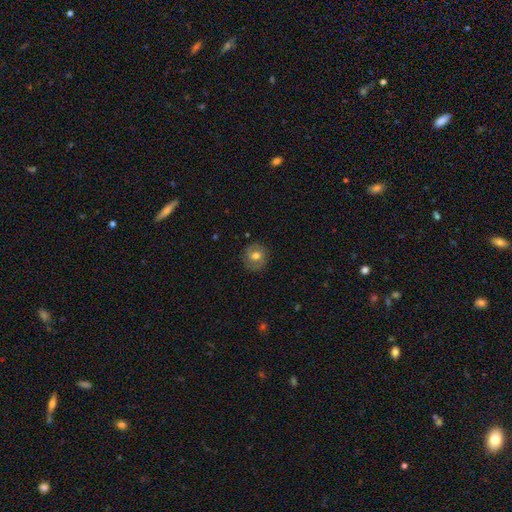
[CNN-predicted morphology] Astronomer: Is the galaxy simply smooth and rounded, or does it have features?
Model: featured or disk — 50% (runner-up: smooth, 41%).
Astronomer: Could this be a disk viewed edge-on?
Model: no — 97%.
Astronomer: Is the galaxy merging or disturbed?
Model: none — 81%.